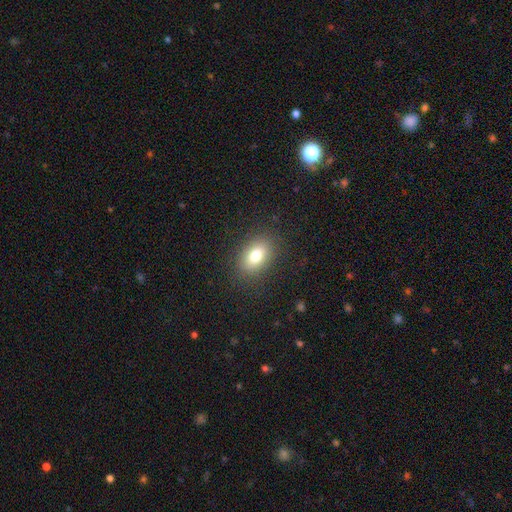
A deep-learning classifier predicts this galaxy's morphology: smooth 79%, featured or disk 11%, star or artifact 10%. Down the decision tree: how rounded — in between (83%); merging — none (86%).